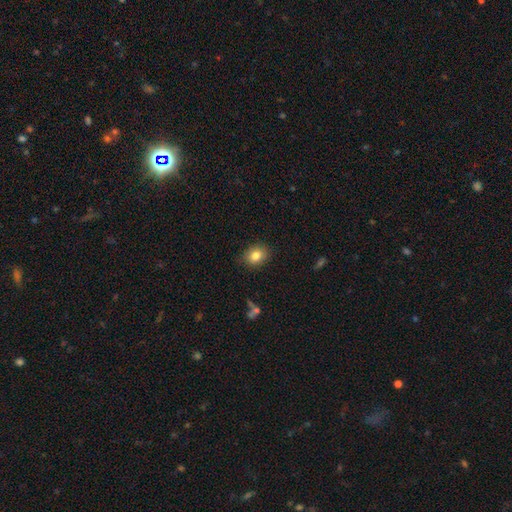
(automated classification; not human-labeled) A smooth galaxy with no disk features (83%) that is in between round and cigar-shaped (56%). Merging: none (86%).